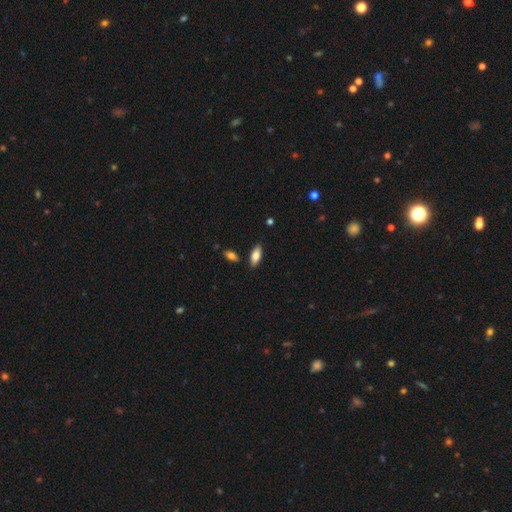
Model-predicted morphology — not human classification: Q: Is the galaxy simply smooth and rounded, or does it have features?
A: smooth — 79%.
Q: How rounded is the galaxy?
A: in between — 85%.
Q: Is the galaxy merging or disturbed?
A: none — 84%.